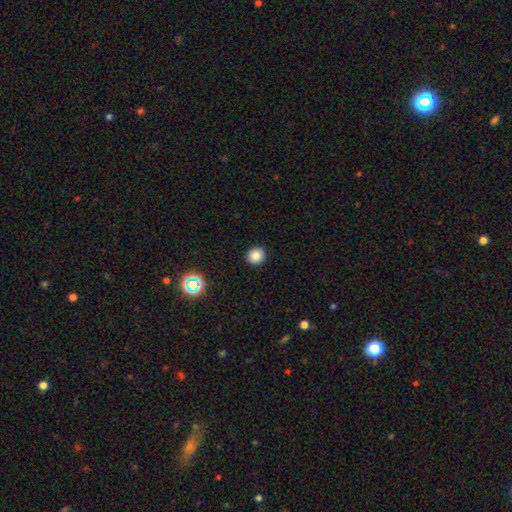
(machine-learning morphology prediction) This is clearly a smooth galaxy (82%). How rounded: clearly round (93%). Merging: clearly none (93%).